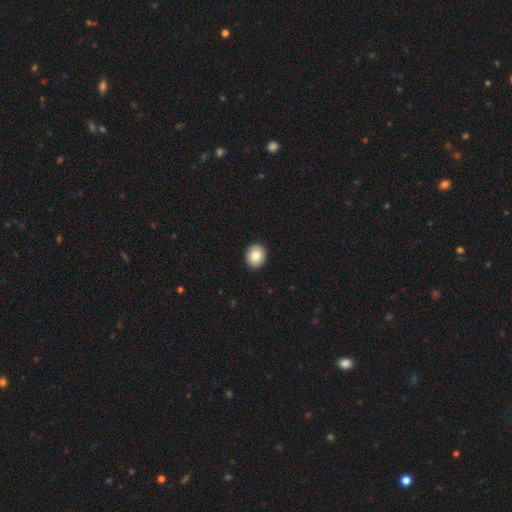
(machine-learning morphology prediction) type=smooth (81%); roundness=round (69%); merging=none (92%).